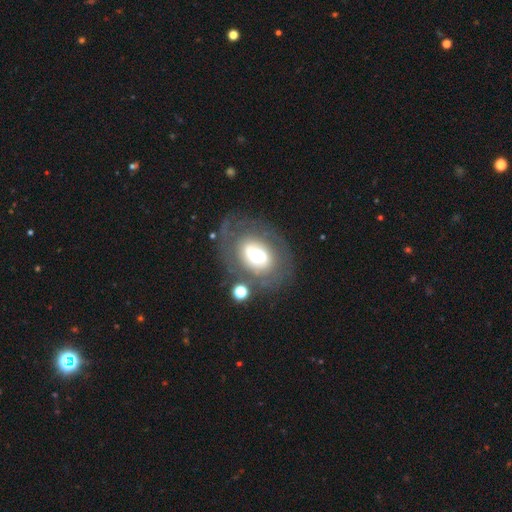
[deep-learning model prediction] Smooth or featured: featured or disk — 66% (smooth — 25%)
Edge-on disk: no — 94% (yes — 6%)
Bar: weak — 41% (strong — 31%)
Spiral arms: yes — 69% (no — 31%)
Bulge size: moderate — 43% (large — 31%)
Merging: none — 56% (major disturbance — 19%)